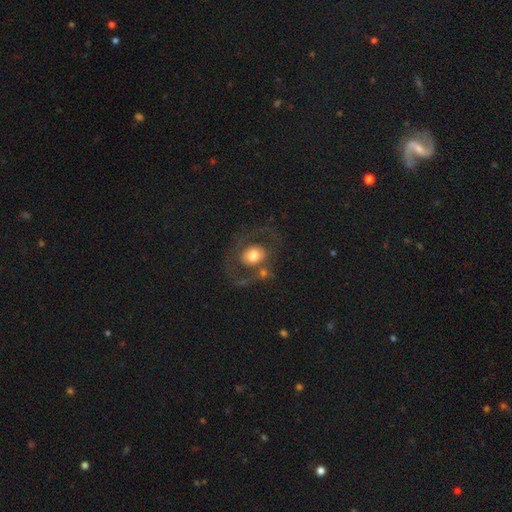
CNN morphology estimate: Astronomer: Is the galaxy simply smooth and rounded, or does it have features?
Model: featured or disk — 52% (runner-up: smooth, 39%).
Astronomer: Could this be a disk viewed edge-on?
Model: no — 95%.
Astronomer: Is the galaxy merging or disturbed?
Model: none — 66%.